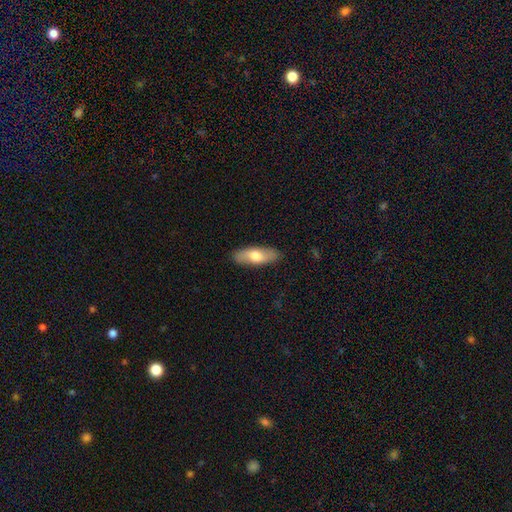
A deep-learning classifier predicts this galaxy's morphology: A smooth galaxy with no disk features (67%) that is in between round and cigar-shaped (70%).

Vote fractions:
- Smooth or featured? smooth: 67% / featured or disk: 28% / star or artifact: 5%
- How rounded? in between: 70% / cigar-shaped: 27% / round: 3%
- Merging? none: 87% / minor disturbance: 10% / major disturbance: 2% / merger: 1%